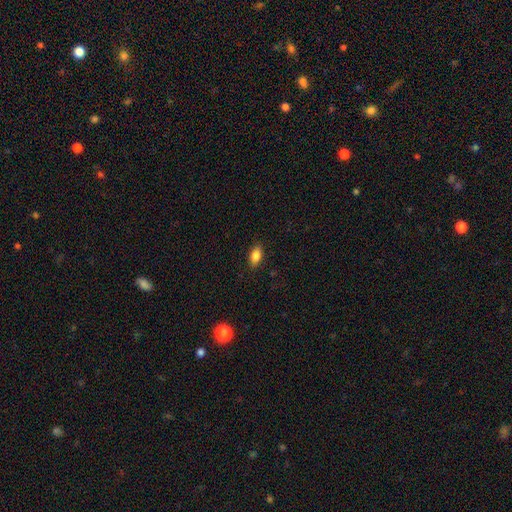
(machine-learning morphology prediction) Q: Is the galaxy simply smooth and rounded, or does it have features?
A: smooth — 85%.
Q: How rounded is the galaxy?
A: in between — 89%.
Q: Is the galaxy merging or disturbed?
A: none — 88%.